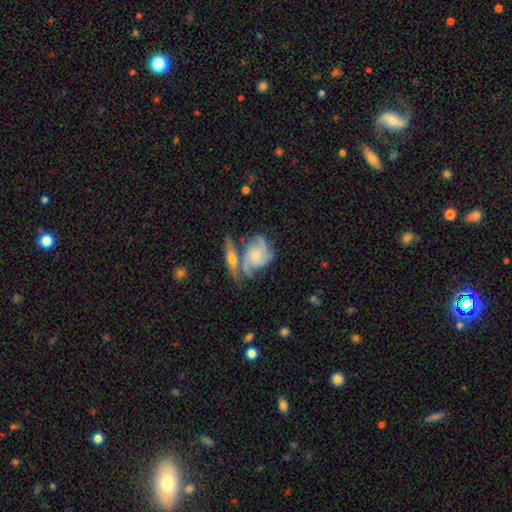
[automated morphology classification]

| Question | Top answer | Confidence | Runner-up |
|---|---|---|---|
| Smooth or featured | featured or disk | 80% | smooth (14%) |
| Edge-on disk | no | 96% | yes (4%) |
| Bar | no | 74% | weak (22%) |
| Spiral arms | yes | 96% | no (4%) |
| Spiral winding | tight | 47% | medium (42%) |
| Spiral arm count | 3 | 51% | 2 (19%) |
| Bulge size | small | 57% | moderate (31%) |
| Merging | none | 42% | merger (30%) |